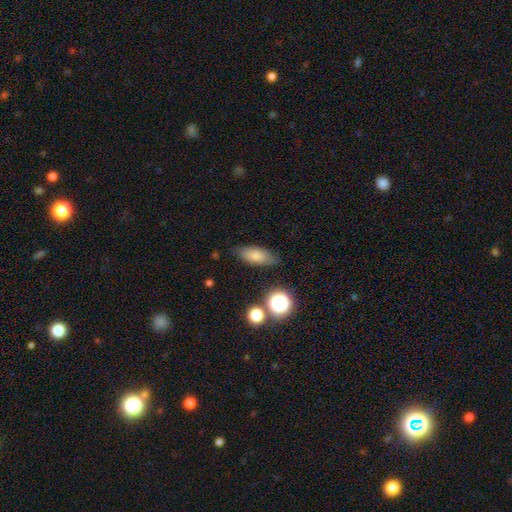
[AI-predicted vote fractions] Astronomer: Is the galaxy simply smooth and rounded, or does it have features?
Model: smooth — 77%.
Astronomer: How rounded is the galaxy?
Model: in between — 76%.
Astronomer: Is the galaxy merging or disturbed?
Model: none — 78%.